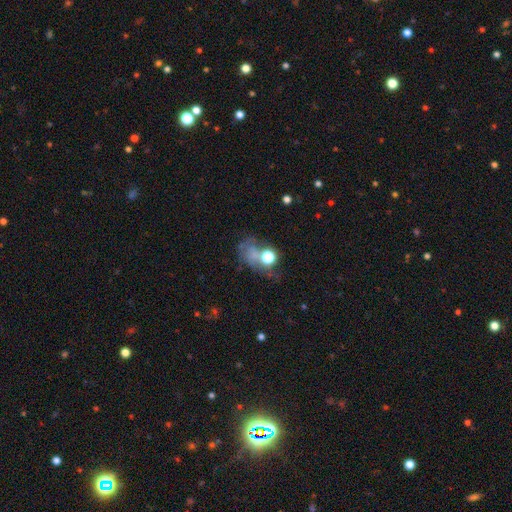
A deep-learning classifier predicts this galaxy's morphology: Smooth or featured? Predicted: smooth (p=0.47). Merging? Predicted: major disturbance (p=0.33).